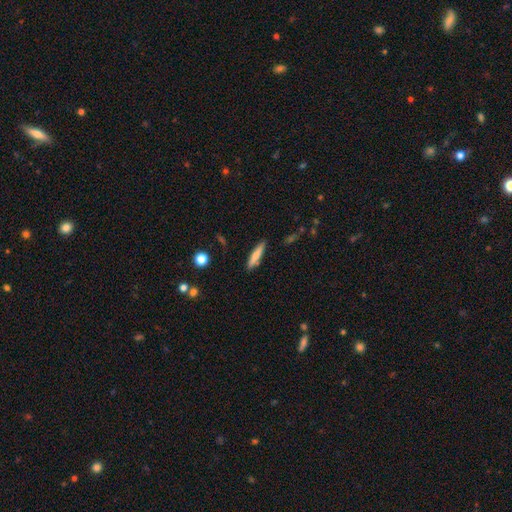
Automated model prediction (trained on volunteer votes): Q: Smooth or featured?
A: smooth (69%); runner-up: featured or disk (25%)
Q: How rounded?
A: cigar-shaped (86%); runner-up: in between (12%)
Q: Merging?
A: none (86%); runner-up: minor disturbance (10%)